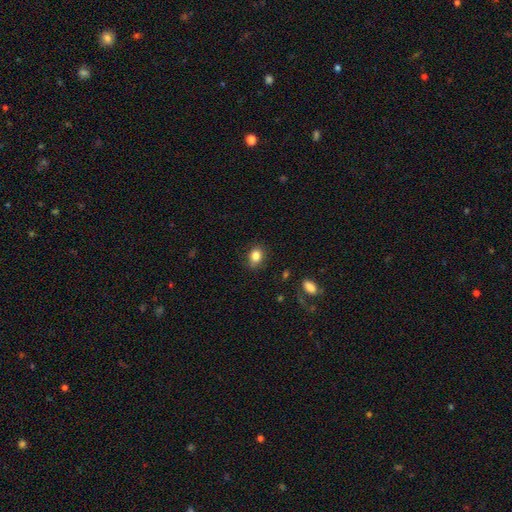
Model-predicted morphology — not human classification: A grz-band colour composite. It shows a smooth galaxy with no disk features (84%) that is in between round and cigar-shaped (63%). Merging: none (80%).